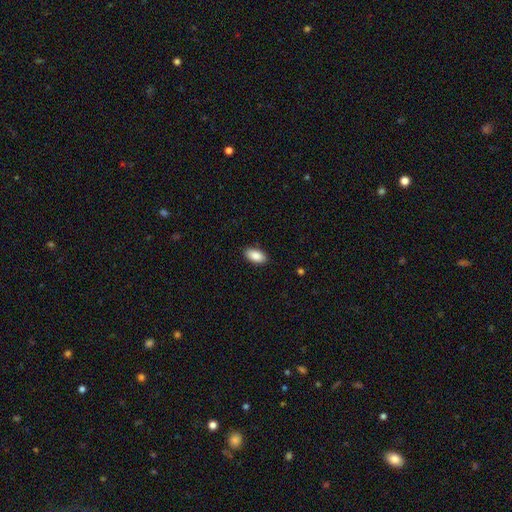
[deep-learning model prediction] This is clearly a smooth galaxy (88%). How rounded: clearly in between (93%). Merging: clearly none (89%).